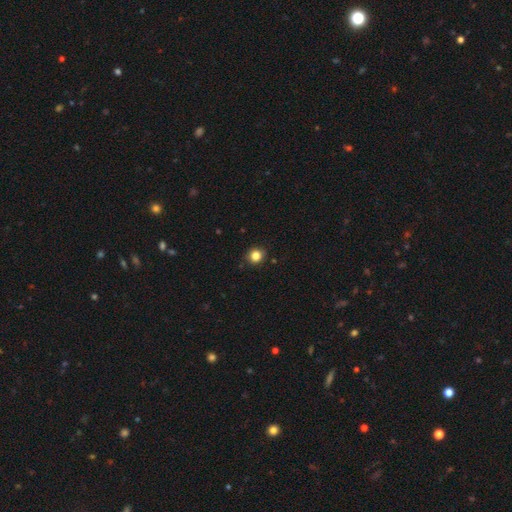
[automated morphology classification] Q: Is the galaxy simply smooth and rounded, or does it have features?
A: smooth — 84%.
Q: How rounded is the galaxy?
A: round — 86%.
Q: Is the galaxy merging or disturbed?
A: none — 88%.